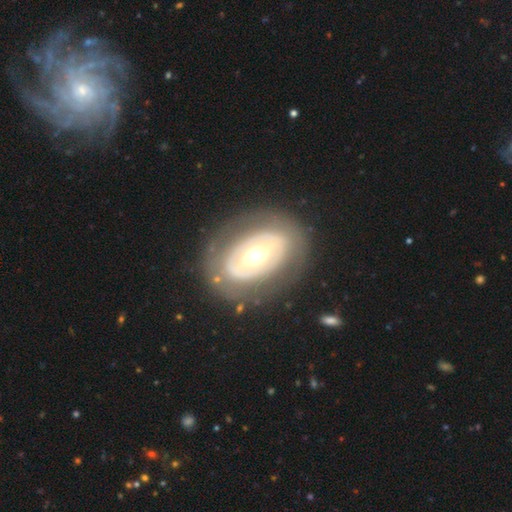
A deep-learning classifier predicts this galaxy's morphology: The model was most divided on "smooth or featured": featured or disk: 68%, smooth: 27%, star or artifact: 5%. More confident: edge-on disk — no (93%); merging — none (78%); spiral arms — no (75%); bulge size — moderate (68%); bar — no (67%).